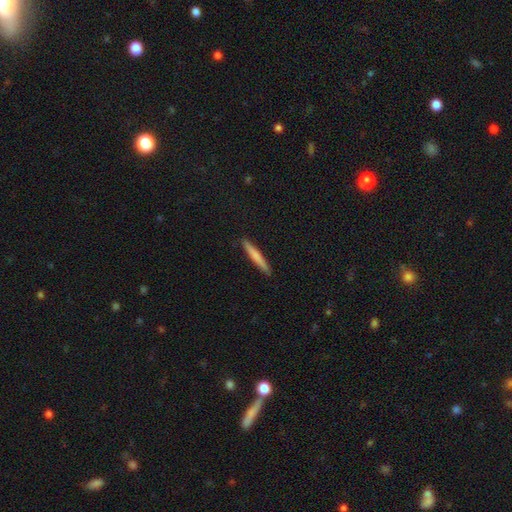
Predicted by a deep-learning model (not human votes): The model was most divided on "smooth or featured": smooth: 72%, featured or disk: 23%, star or artifact: 5%. More confident: how rounded — cigar-shaped (96%); merging — none (91%).